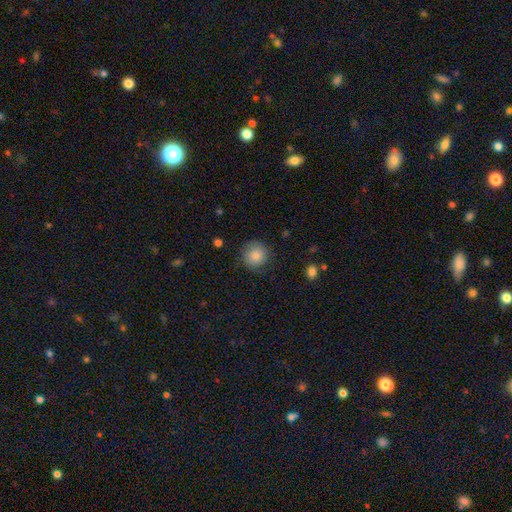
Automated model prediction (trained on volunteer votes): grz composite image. It shows a smooth galaxy with no disk features (85%) that is round (93%). Merging: none (84%).